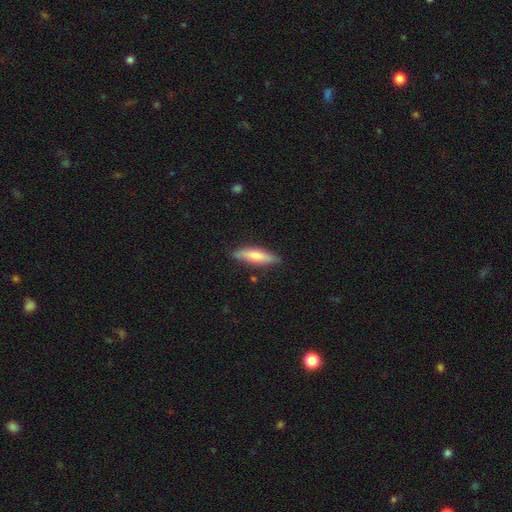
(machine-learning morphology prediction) Smooth or featured: smooth — 66% (featured or disk — 28%)
How rounded: cigar-shaped — 72% (in between — 27%)
Merging: none — 80% (minor disturbance — 16%)